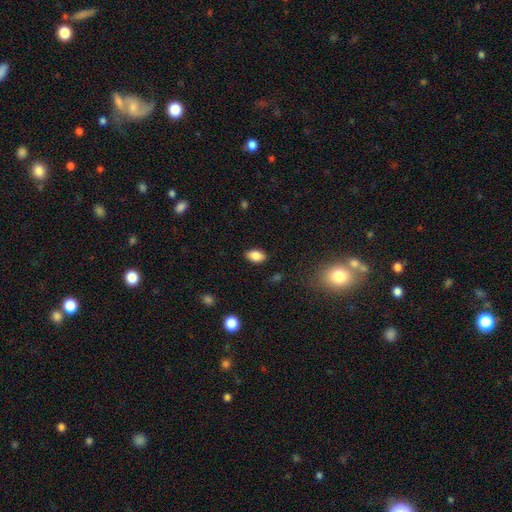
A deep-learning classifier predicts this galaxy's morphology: Overall: smooth (85%). How rounded: in between (89%). Merging: none (86%).